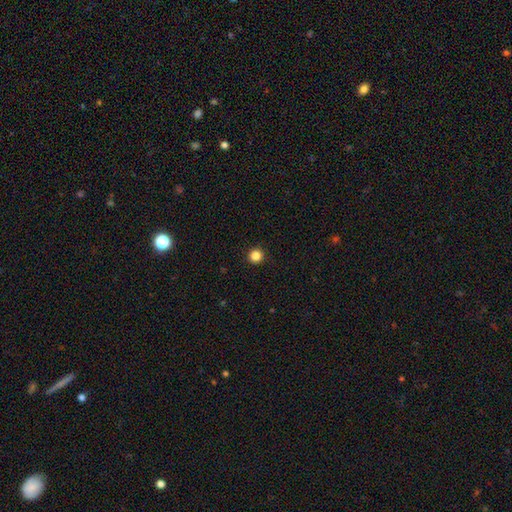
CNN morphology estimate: This is clearly a smooth galaxy (85%). How rounded: clearly round (96%). Merging: clearly none (93%).